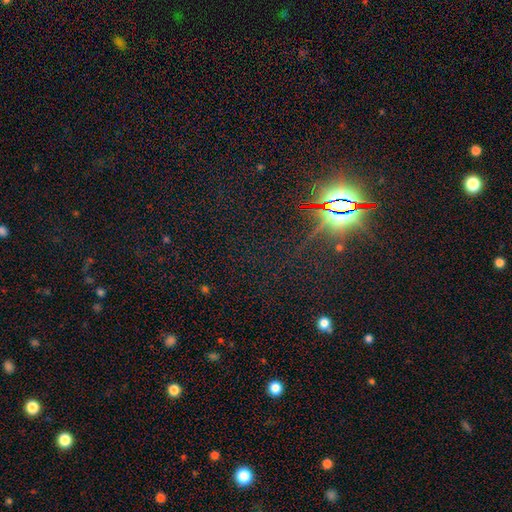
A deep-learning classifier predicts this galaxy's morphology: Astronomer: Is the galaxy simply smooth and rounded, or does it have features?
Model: star or artifact — 83%.